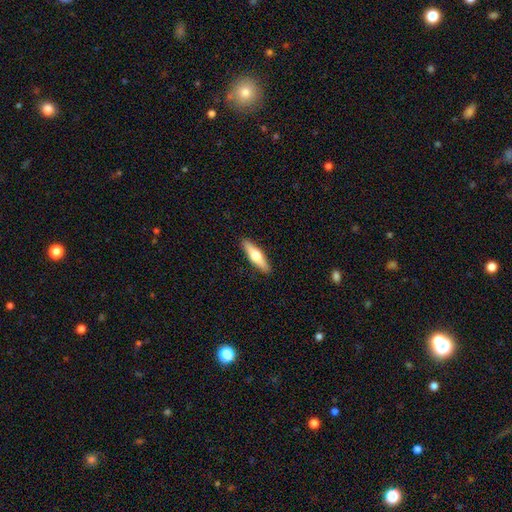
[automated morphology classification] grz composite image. It shows a smooth galaxy with no disk features (52%) that is cigar-shaped (68%). Merging: none (91%).